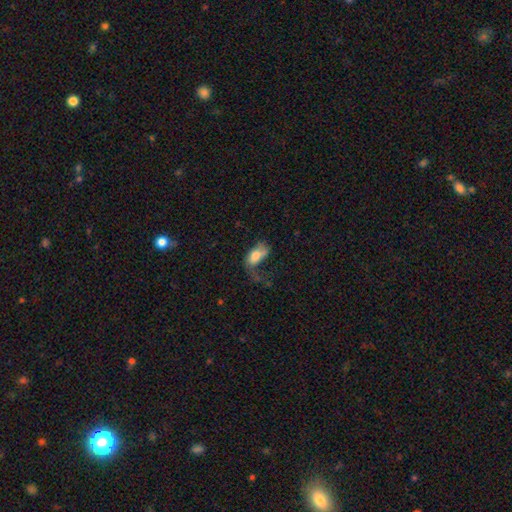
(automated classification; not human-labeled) A smooth galaxy with no disk features (60%) that is in between round and cigar-shaped (89%).

Vote fractions:
- Smooth or featured? smooth: 60% / featured or disk: 32% / star or artifact: 9%
- How rounded? in between: 89% / round: 7% / cigar-shaped: 4%
- Merging? major disturbance: 50% / none: 24% / minor disturbance: 21% / merger: 6%